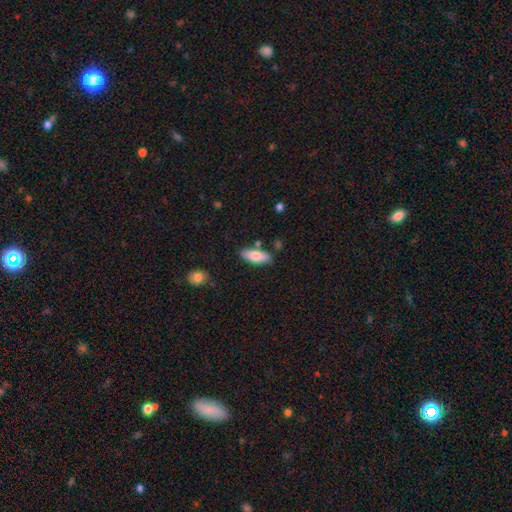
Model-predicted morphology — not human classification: smooth-or-featured: smooth: 78% | featured or disk: 16% | star or artifact: 6%
  how-rounded: in between: 78% | cigar-shaped: 20% | round: 2%
  merging: none: 79% | minor disturbance: 13% | merger: 5% | major disturbance: 3%